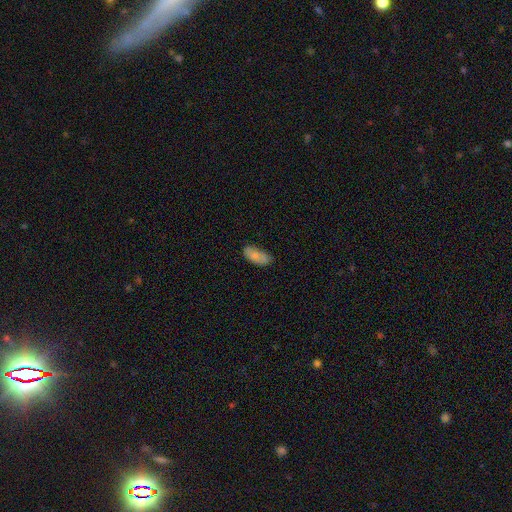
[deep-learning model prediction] Smooth or featured? Predicted: smooth (p=0.80). How rounded? Predicted: in between (p=0.90). Merging? Predicted: none (p=0.66).